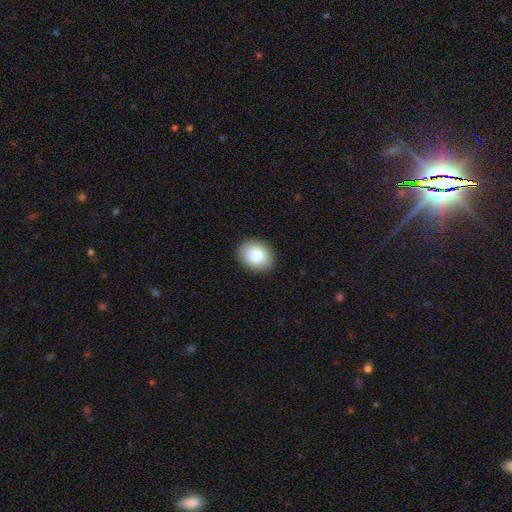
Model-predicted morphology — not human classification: smooth-or-featured: smooth: 83% | featured or disk: 9% | star or artifact: 8%
  how-rounded: in between: 61% | round: 38% | cigar-shaped: 1%
  merging: none: 91% | minor disturbance: 7% | major disturbance: 2% | merger: 1%